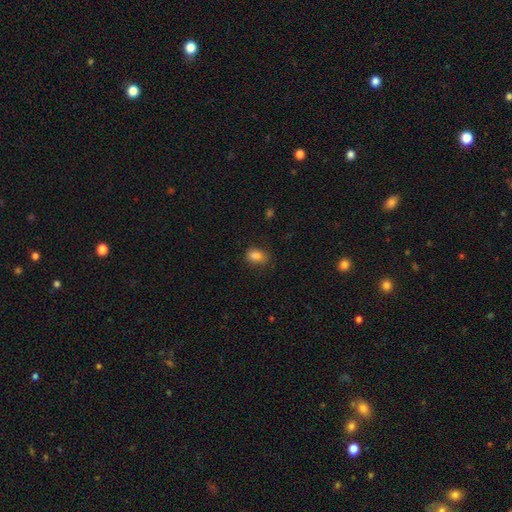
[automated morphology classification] Smooth or featured?
  - smooth: 84% *
  - star or artifact: 10%
  - featured or disk: 6%
How rounded?
  - in between: 74% *
  - round: 24%
  - cigar-shaped: 1%
Merging?
  - none: 65% *
  - minor disturbance: 25%
  - major disturbance: 7%
  - merger: 4%